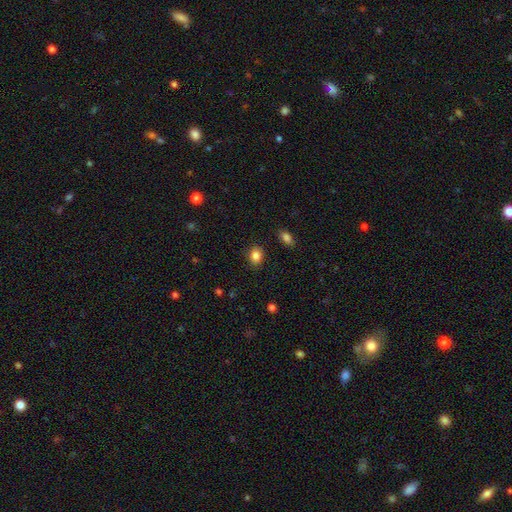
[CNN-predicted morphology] smooth_or_featured: smooth (p=0.86) [alt: star or artifact p=0.10]
how_rounded: in between (p=0.51) [alt: round p=0.48]
merging: none (p=0.87) [alt: minor disturbance p=0.09]